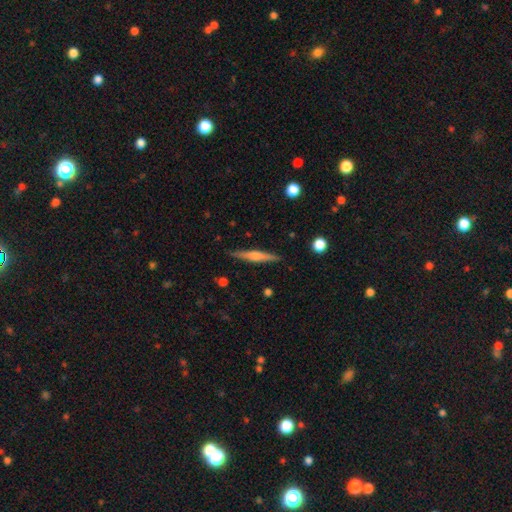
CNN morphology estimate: A featured or disk galaxy (58%) viewed edge-on (97%) with a rounded central bulge (77%). Merging: none (89%).